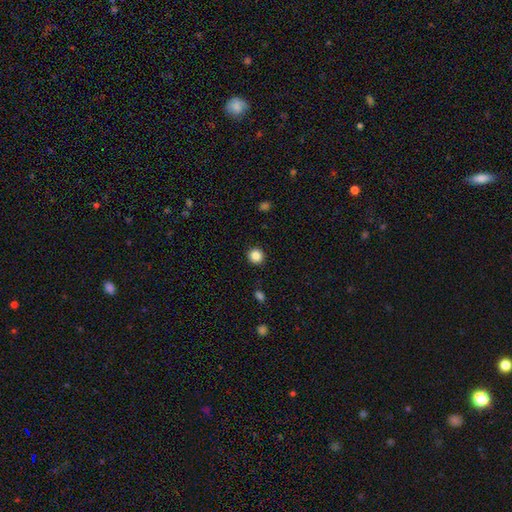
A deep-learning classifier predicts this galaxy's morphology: Smooth or featured? smooth (86%)
How rounded? round (92%)
Merging? none (92%)